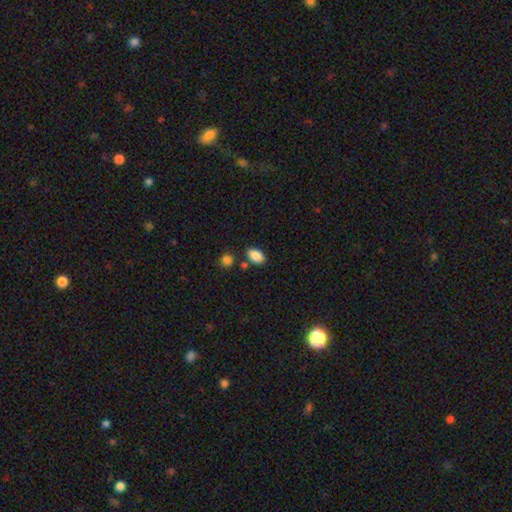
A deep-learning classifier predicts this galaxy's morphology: This is clearly a smooth galaxy (88%). How rounded: clearly in between (89%). Merging: likely none (77%).